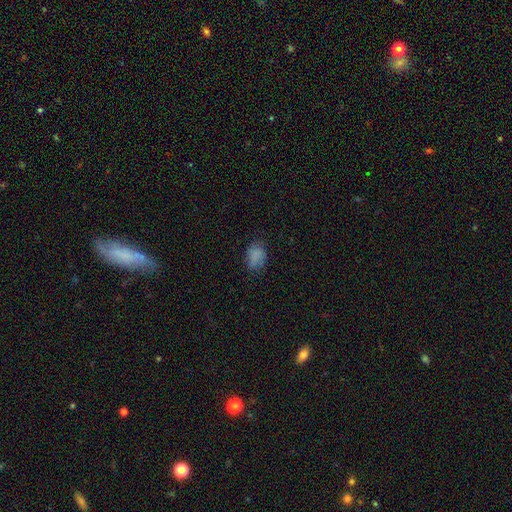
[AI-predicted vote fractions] This is likely a smooth galaxy (76%). How rounded: likely in between (71%). Merging: likely none (62%).